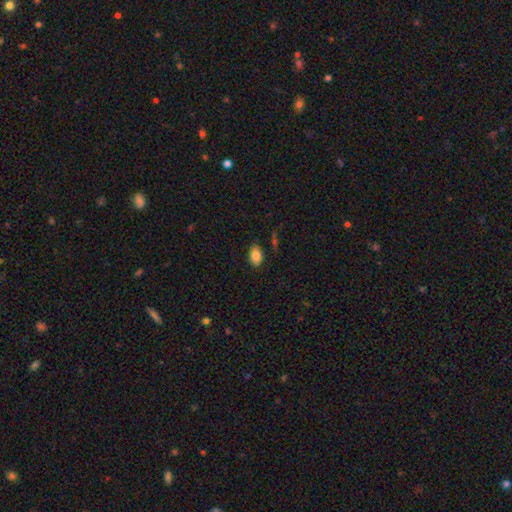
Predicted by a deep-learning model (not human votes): A smooth galaxy with no disk features (85%) that is in between round and cigar-shaped (91%). Merging: none (85%).